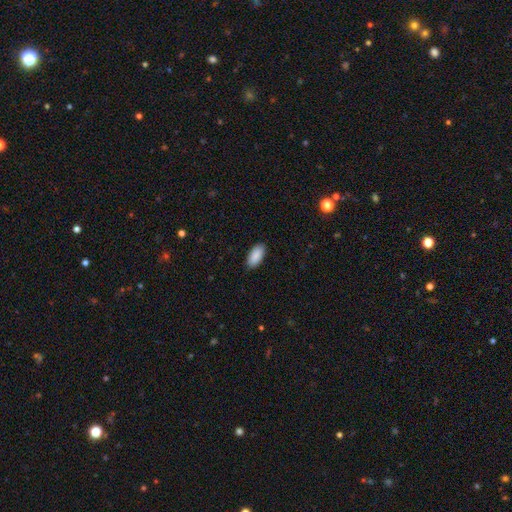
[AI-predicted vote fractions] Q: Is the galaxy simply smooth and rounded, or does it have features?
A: smooth — 91%.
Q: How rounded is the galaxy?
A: in between — 93%.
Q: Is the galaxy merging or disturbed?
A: none — 89%.